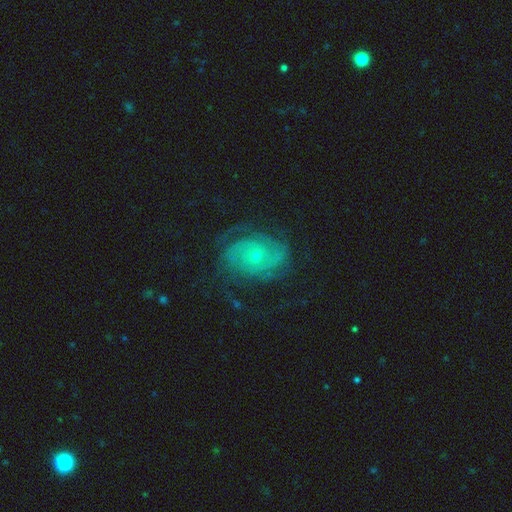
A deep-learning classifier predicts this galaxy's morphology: smooth_or_featured: featured or disk (p=0.81) [alt: smooth p=0.11]
disk_edge_on: no (p=0.97) [alt: yes p=0.03]
bar: no (p=0.77) [alt: weak p=0.19]
has_spiral_arms: yes (p=0.92) [alt: no p=0.08]
spiral_winding: tight (p=0.58) [alt: medium p=0.31]
spiral_arm_count: 2 (p=0.38) [alt: can't tell p=0.29]
bulge_size: small (p=0.71) [alt: moderate p=0.26]
merging: none (p=0.68) [alt: minor disturbance p=0.18]